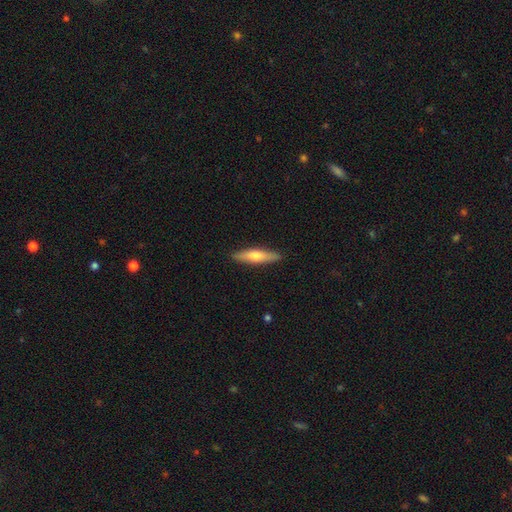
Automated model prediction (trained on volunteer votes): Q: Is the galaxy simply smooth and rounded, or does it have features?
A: smooth — 54%.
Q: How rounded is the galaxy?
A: cigar-shaped — 79%.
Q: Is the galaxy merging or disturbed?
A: none — 90%.